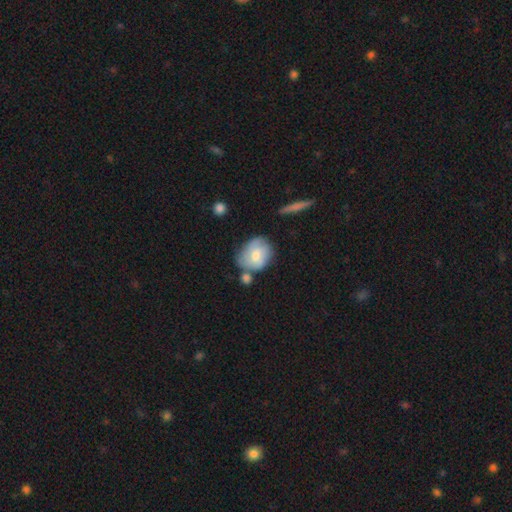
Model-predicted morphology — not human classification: This appears to be a smooth galaxy with no disk features (55%) that is round (54%). Merging: none (49%).